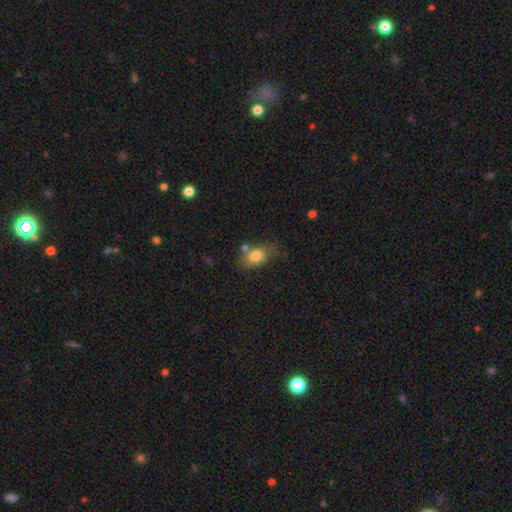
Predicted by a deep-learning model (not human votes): smooth_or_featured: smooth (p=0.79) [alt: featured or disk p=0.13]
how_rounded: in between (p=0.78) [alt: round p=0.20]
merging: none (p=0.56) [alt: minor disturbance p=0.23]